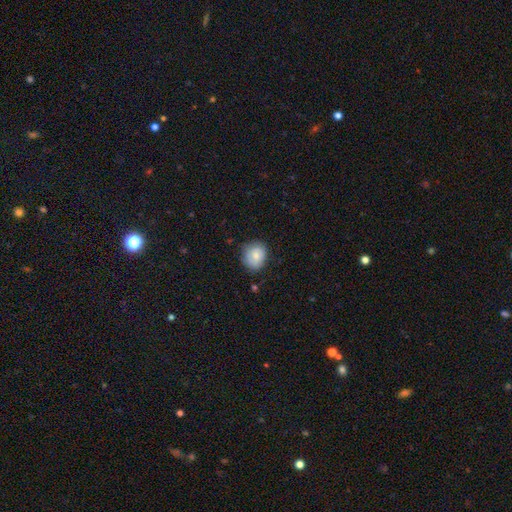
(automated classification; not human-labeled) This appears to be a smooth galaxy with no disk features (76%) that is round (67%). Merging: none (71%).